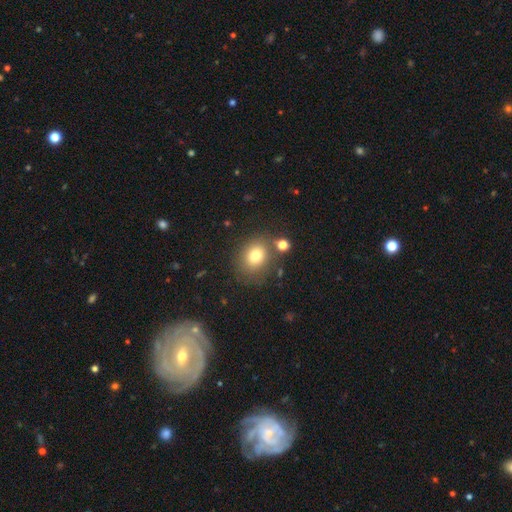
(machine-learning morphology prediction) smooth_or_featured: smooth (p=0.77) [alt: star or artifact p=0.12]
how_rounded: round (p=0.60) [alt: in between p=0.39]
merging: none (p=0.72) [alt: minor disturbance p=0.13]